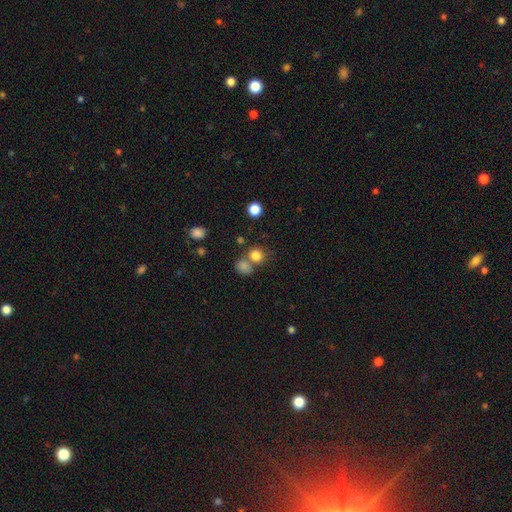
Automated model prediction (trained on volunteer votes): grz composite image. It shows a smooth galaxy with no disk features (81%) that is round (80%). Merging: none (56%).